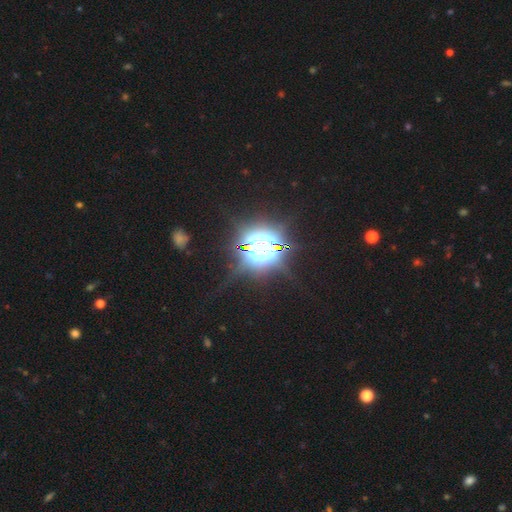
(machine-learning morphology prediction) Smooth or featured? star or artifact (87%)